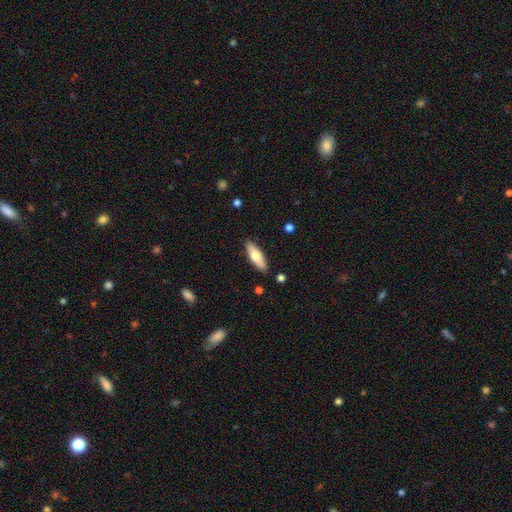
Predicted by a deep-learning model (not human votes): This is likely a smooth galaxy (60%). How rounded: possibly in between (52%). Merging: clearly none (88%).